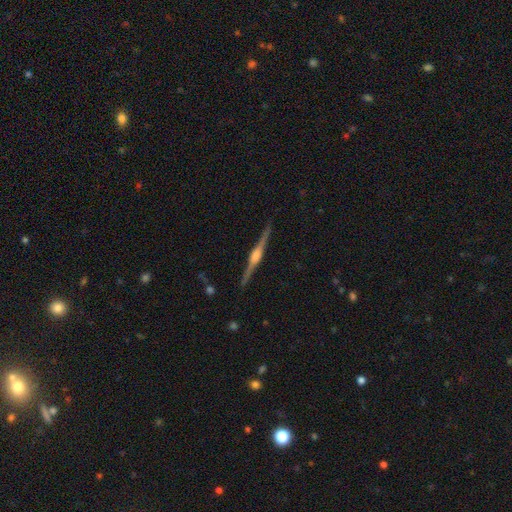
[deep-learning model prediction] featured or disk 87%, smooth 8%, star or artifact 5%. Down the decision tree: edge-on disk — yes (99%); edge-on bulge — rounded (80%); merging — none (91%).